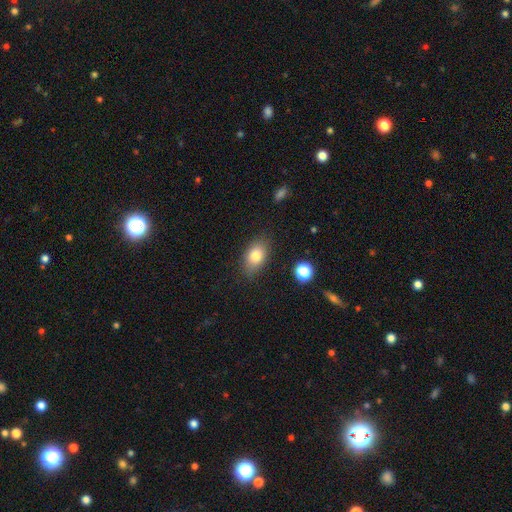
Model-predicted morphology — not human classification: Overall: smooth (78%). How rounded: in between (86%). Merging: none (82%).